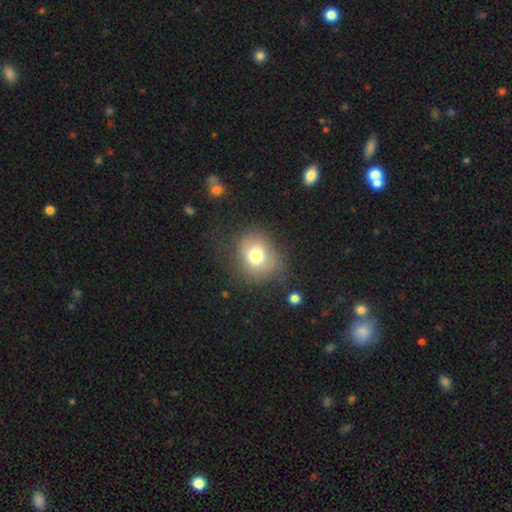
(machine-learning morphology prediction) A smooth galaxy with no disk features (72%) that is round (69%). Merging: none (64%).